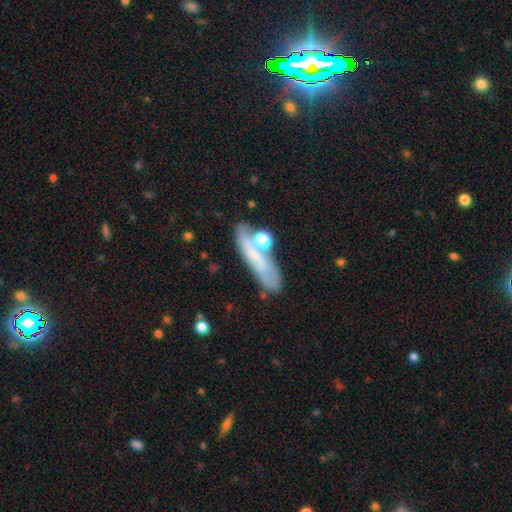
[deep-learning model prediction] A featured or disk galaxy (45%). Merging: none (57%).